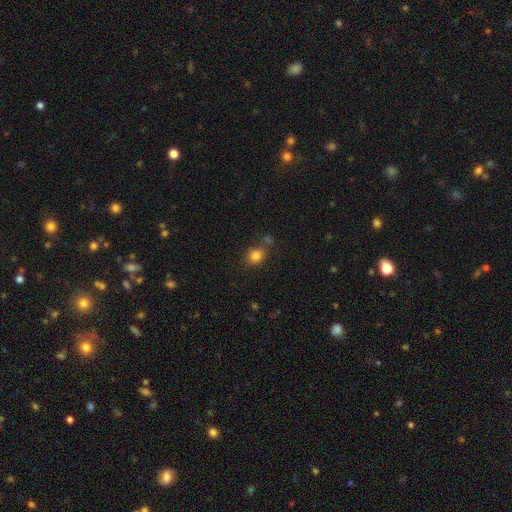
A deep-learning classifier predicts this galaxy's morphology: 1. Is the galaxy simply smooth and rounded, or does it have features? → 82% smooth, 12% star or artifact, 6% featured or disk.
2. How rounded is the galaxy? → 64% round, 35% in between, 1% cigar-shaped.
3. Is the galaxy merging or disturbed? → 70% none, 14% minor disturbance, 12% merger, 5% major disturbance.